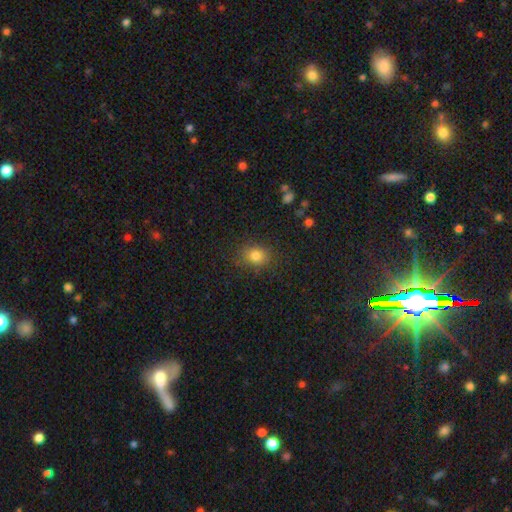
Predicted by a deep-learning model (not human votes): Smooth or featured? smooth (81%)
How rounded? round (56%)
Merging? none (83%)